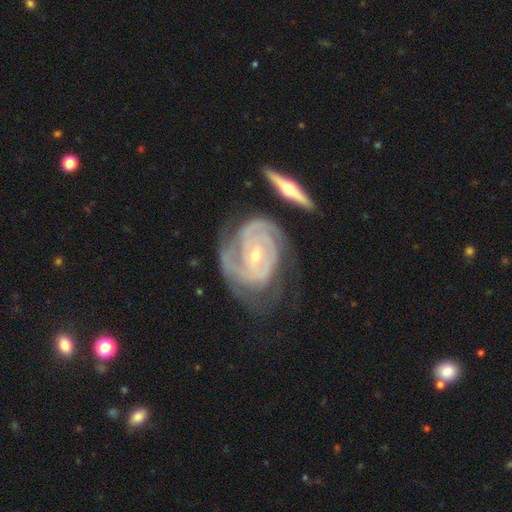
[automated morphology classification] smooth-or-featured: featured or disk: 91% | smooth: 5% | star or artifact: 4%
  disk-edge-on: no: 95% | yes: 5%
    bar: no: 47% | weak: 37% | strong: 16%
    has-spiral-arms: yes: 97% | no: 3%
      spiral-winding: tight: 76% | medium: 20% | loose: 4%
      spiral-arm-count: 2: 37% | 3: 24% | can't tell: 22% | 4: 8% | 1: 4% | more than 4: 4%
    bulge-size: small: 56% | moderate: 41% | large: 1% | none: 1% | dominant: 1%
  merging: none: 54% | minor disturbance: 24% | major disturbance: 15% | merger: 7%